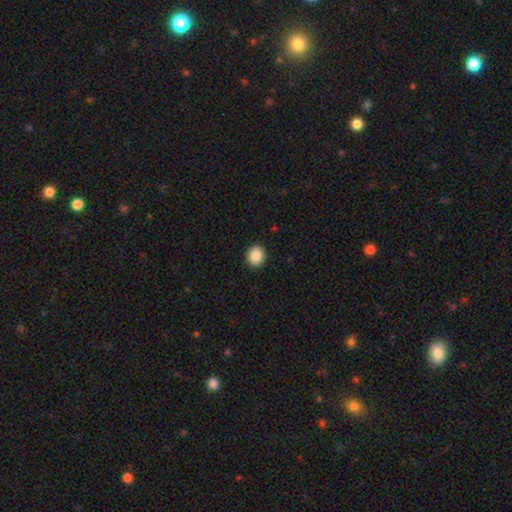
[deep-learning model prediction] Morphology: type=smooth (88%); roundness=round (83%); merging=none (92%).